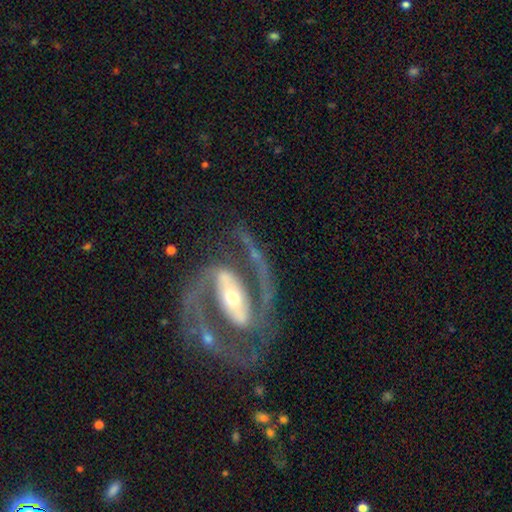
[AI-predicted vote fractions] This is clearly a featured or disk galaxy (92%). It is clearly not viewed edge-on (97%). Bar: likely strong (62%). Spiral arm pattern: clearly yes (97%). Spiral arm count: clearly 2 (93%). Spiral winding: likely medium (61%). Central bulge: possibly moderate (52%). Merging: likely none (69%).